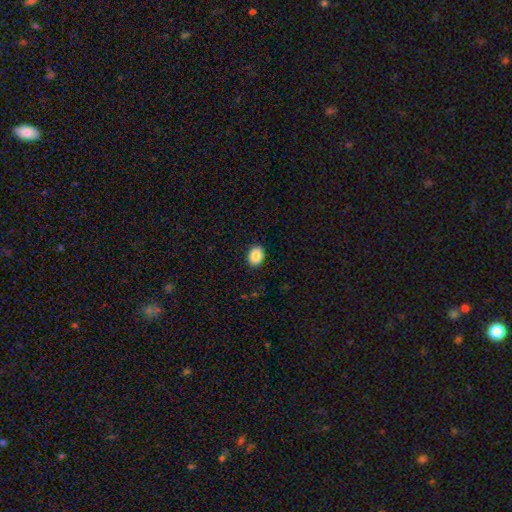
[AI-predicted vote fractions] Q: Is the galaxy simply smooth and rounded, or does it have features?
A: smooth — 89%.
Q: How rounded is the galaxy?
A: in between — 56%.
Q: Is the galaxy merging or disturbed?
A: none — 90%.